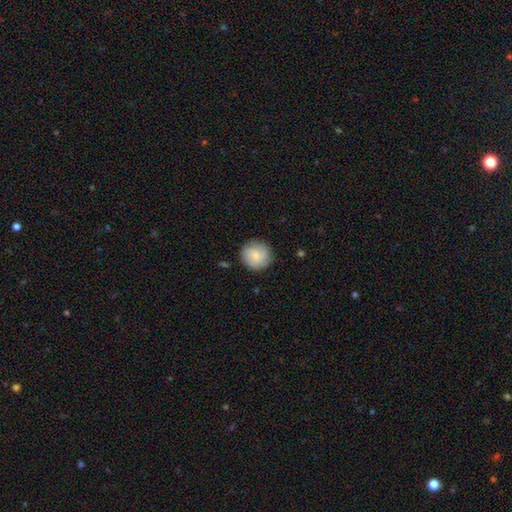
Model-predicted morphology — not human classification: type=smooth (84%); roundness=round (93%); merging=none (85%).